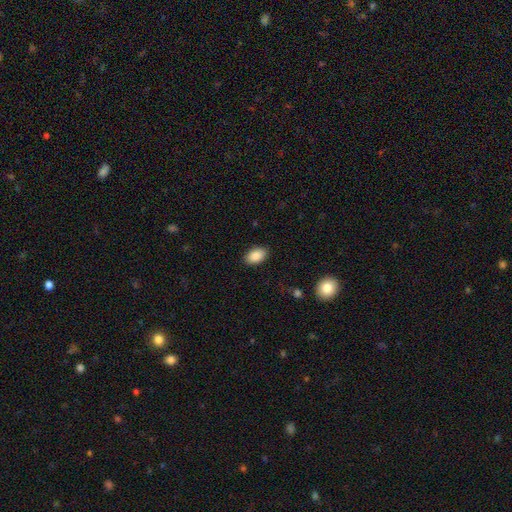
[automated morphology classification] type=smooth (89%); roundness=in between (91%); merging=none (88%).